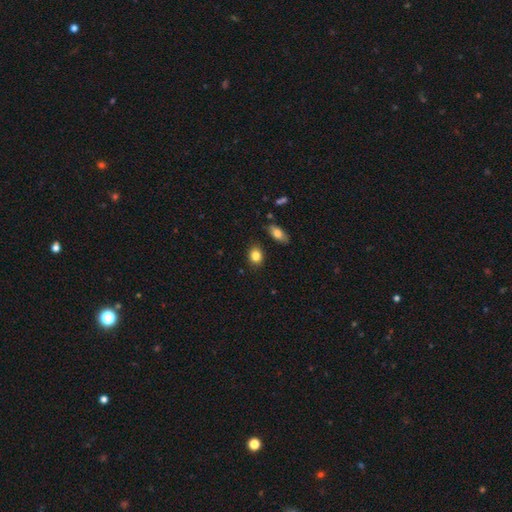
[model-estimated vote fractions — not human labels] Smooth or featured?
  - smooth: 84% *
  - star or artifact: 9%
  - featured or disk: 6%
How rounded?
  - in between: 54% *
  - round: 44%
  - cigar-shaped: 2%
Merging?
  - none: 84% *
  - minor disturbance: 10%
  - merger: 3%
  - major disturbance: 3%